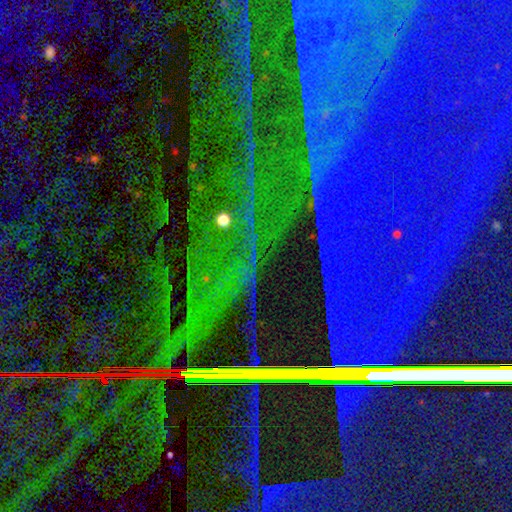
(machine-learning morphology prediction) A star or artifact, not a galaxy (86%).